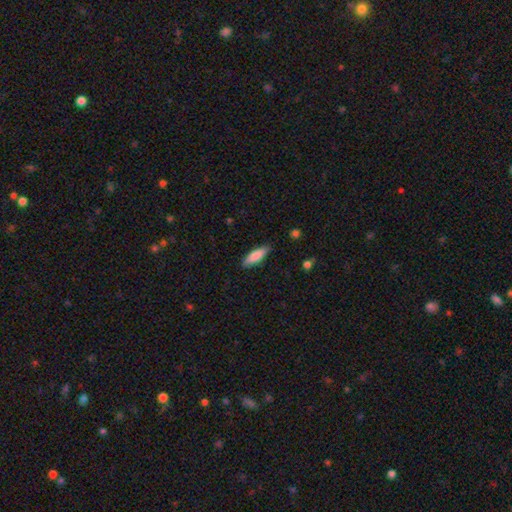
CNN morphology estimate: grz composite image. It shows a smooth galaxy with no disk features (83%) that is cigar-shaped (49%, tied with in between). Merging: none (85%).